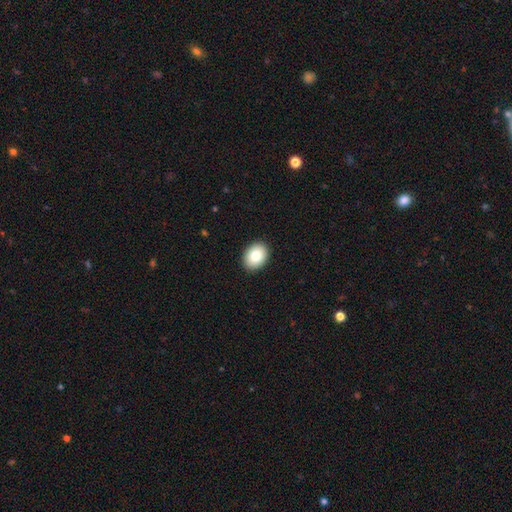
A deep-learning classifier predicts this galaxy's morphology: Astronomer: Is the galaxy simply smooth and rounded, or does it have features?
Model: smooth — 84%.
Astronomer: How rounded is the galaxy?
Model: in between — 69%.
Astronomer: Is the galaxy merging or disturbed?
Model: none — 91%.